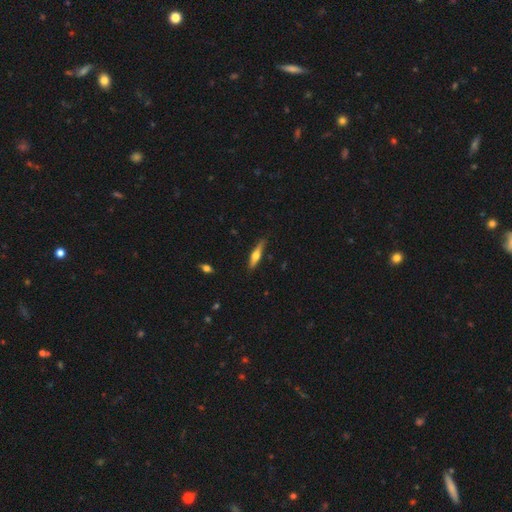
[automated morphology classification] Smooth or featured? featured or disk (49%)
Merging? none (83%)